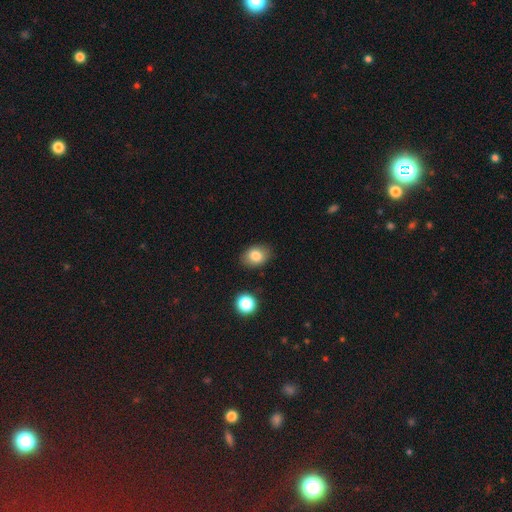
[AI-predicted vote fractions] Smooth or featured?
  - smooth: 82% *
  - star or artifact: 9%
  - featured or disk: 9%
How rounded?
  - in between: 72% *
  - round: 27%
  - cigar-shaped: 1%
Merging?
  - none: 85% *
  - minor disturbance: 11%
  - major disturbance: 2%
  - merger: 2%